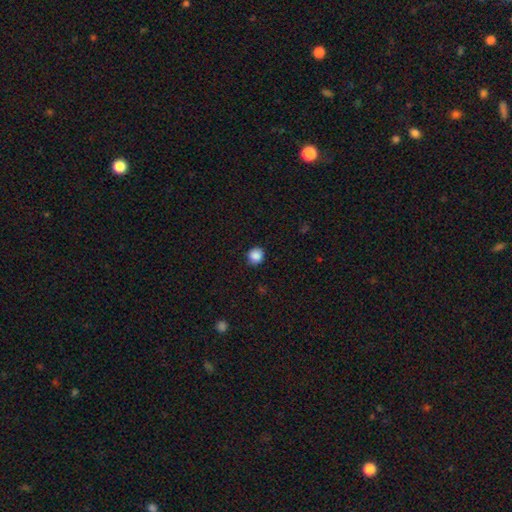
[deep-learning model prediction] smooth-or-featured: smooth: 88% | star or artifact: 10% | featured or disk: 3%
  how-rounded: round: 89% | in between: 10% | cigar-shaped: 1%
  merging: none: 90% | minor disturbance: 7% | major disturbance: 2% | merger: 1%